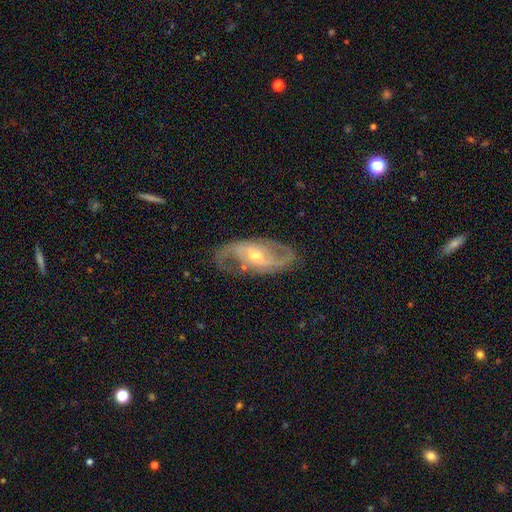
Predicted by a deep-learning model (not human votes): Smooth or featured? featured or disk (87%)
Edge-on disk? no (95%)
Bar? weak (41%)
Spiral arms? yes (95%)
Spiral winding? medium (51%)
Spiral arm count? 2 (86%)
Bulge size? small (49%)
Merging? none (78%)